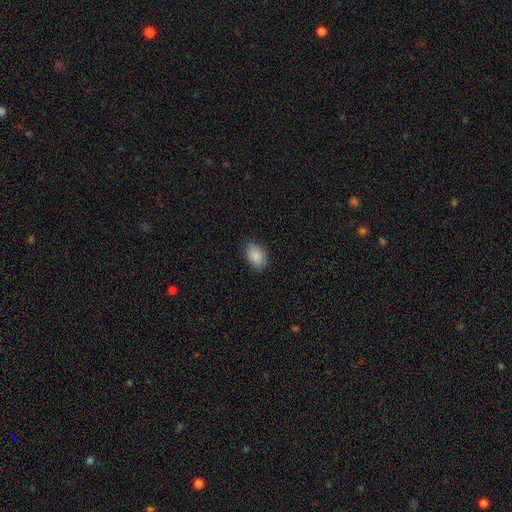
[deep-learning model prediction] smooth-or-featured: smooth: 88% | star or artifact: 7% | featured or disk: 4%
  how-rounded: in between: 83% | round: 16% | cigar-shaped: 1%
  merging: none: 82% | minor disturbance: 14% | major disturbance: 3% | merger: 1%